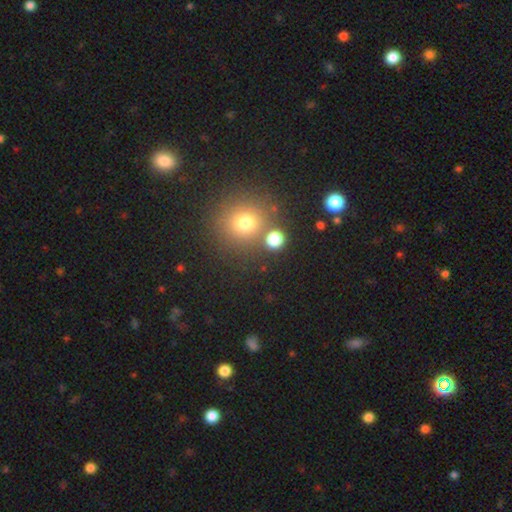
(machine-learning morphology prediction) A smooth galaxy with no disk features (62%) that is round (92%).

Vote fractions:
- Smooth or featured? smooth: 62% / star or artifact: 29% / featured or disk: 9%
- How rounded? round: 92% / in between: 7% / cigar-shaped: 1%
- Merging? none: 80% / merger: 10% / minor disturbance: 7% / major disturbance: 3%